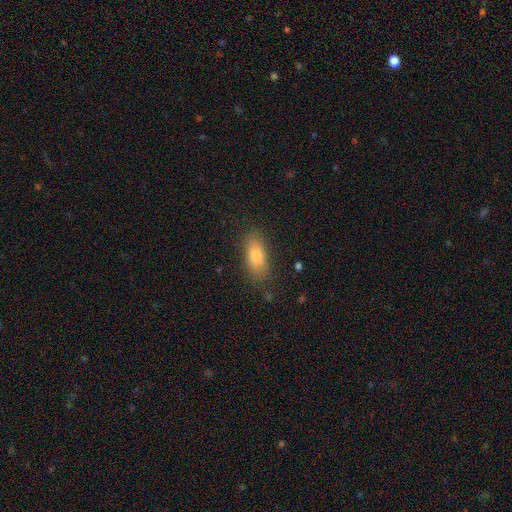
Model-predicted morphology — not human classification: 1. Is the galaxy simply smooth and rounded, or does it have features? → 79% smooth, 12% featured or disk, 8% star or artifact.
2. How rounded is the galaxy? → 78% in between, 19% cigar-shaped, 3% round.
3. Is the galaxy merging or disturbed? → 81% none, 14% minor disturbance, 4% major disturbance, 2% merger.